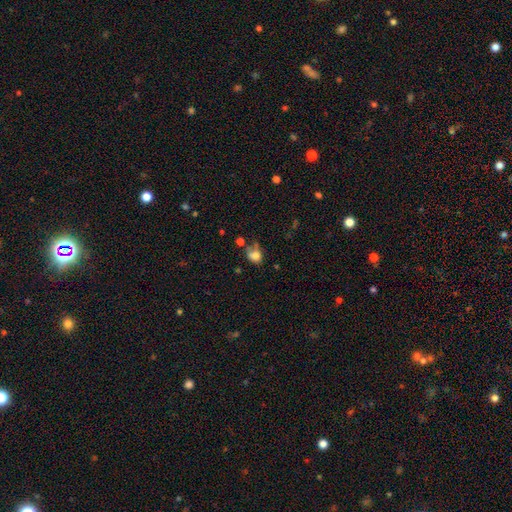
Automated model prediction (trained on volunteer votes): This is likely a smooth galaxy (73%). How rounded: possibly in between (52%). Merging: marginally none (32%).